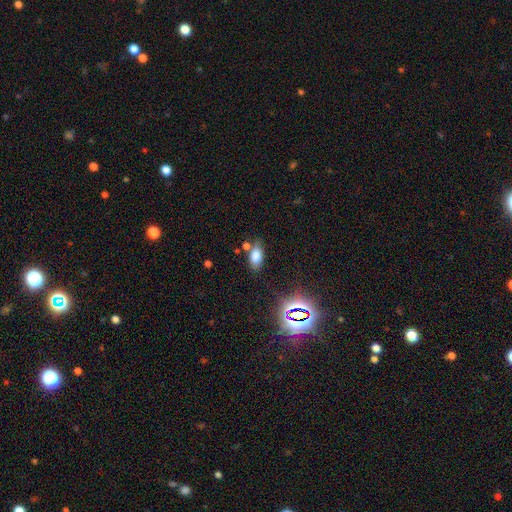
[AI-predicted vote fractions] A smooth galaxy with no disk features (73%) that is in between round and cigar-shaped (89%). Merging: none (69%).